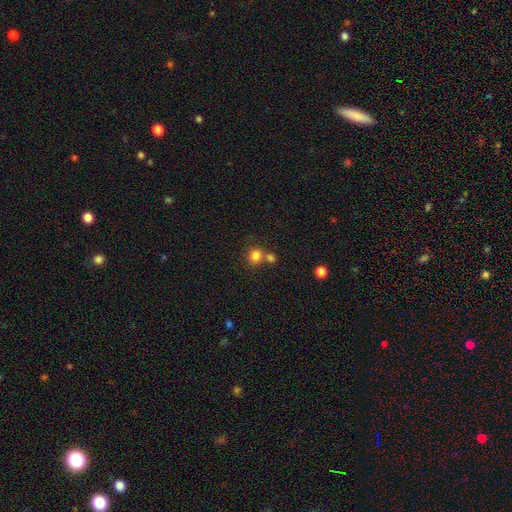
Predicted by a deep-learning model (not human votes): Q: Smooth or featured?
A: smooth (82%); runner-up: star or artifact (12%)
Q: How rounded?
A: round (81%); runner-up: in between (18%)
Q: Merging?
A: none (56%); runner-up: merger (32%)